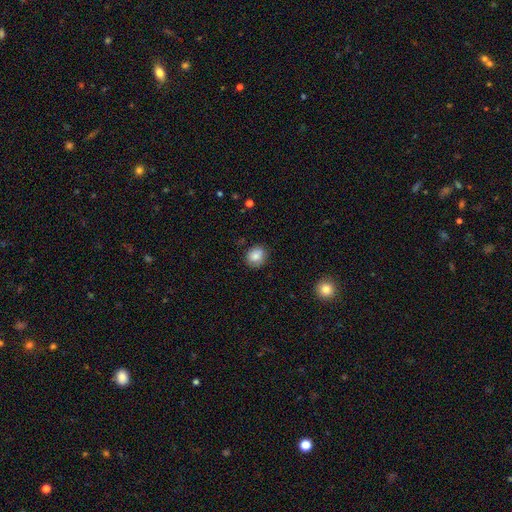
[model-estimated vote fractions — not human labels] Morphology: type=smooth (84%); roundness=round (72%); merging=none (84%).